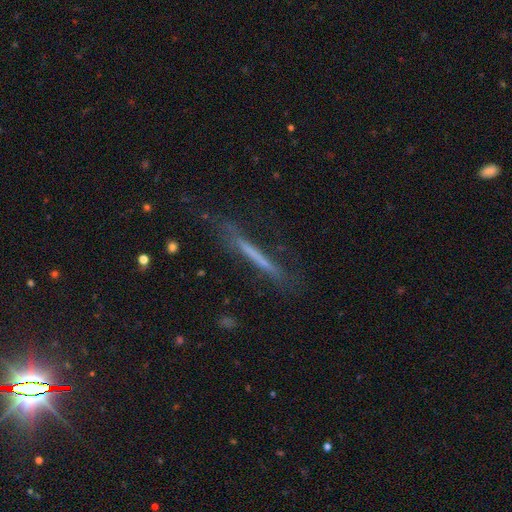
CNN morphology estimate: Smooth or featured?
  - featured or disk: 49% *
  - smooth: 41%
  - star or artifact: 10%
Merging?
  - none: 64% *
  - minor disturbance: 21%
  - major disturbance: 12%
  - merger: 3%